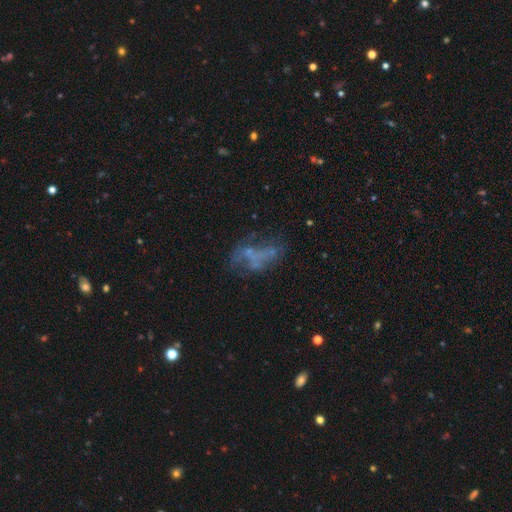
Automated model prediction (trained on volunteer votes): Smooth or featured? Predicted: featured or disk (p=0.49). Merging? Predicted: none (p=0.43).